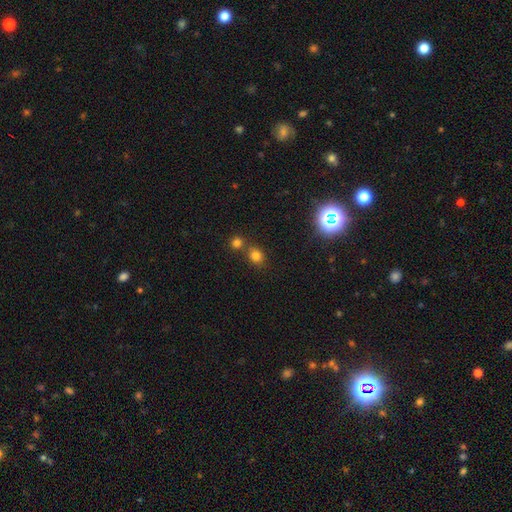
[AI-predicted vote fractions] Morphology: type=smooth (75%); roundness=round (70%); merging=none (61%).